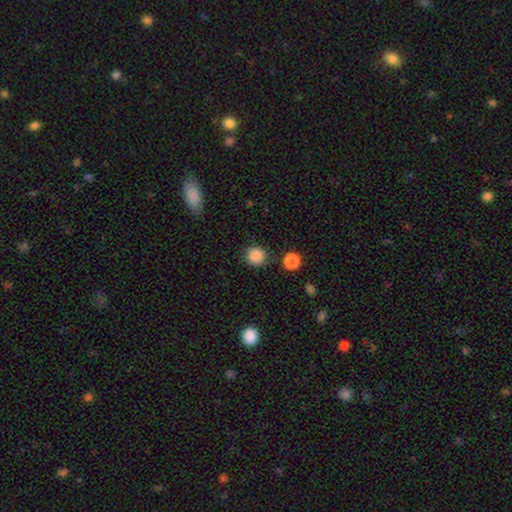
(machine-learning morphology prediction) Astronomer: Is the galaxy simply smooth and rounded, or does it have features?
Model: smooth — 86%.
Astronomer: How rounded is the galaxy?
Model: round — 91%.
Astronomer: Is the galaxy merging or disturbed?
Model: none — 83%.